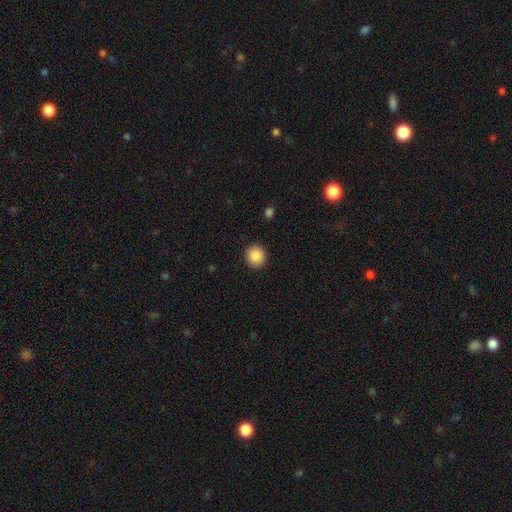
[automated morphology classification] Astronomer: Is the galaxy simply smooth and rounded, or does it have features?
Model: smooth — 87%.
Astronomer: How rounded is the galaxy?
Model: round — 86%.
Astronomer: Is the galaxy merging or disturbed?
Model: none — 92%.